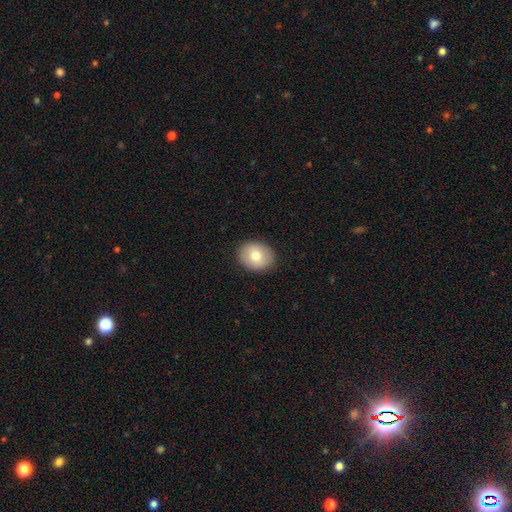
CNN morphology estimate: Smooth or featured? smooth (76%)
How rounded? round (51%)
Merging? none (89%)